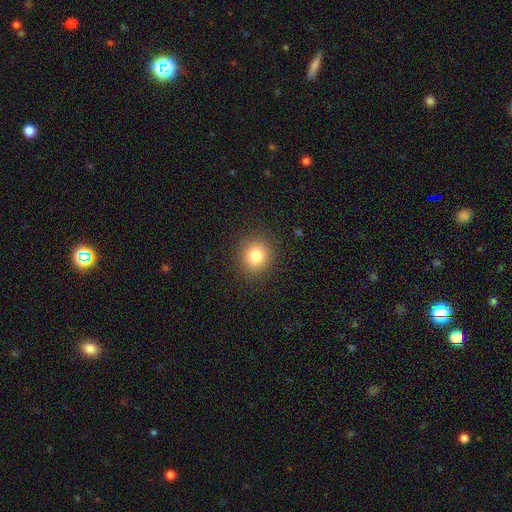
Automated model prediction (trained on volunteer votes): smooth-or-featured: smooth: 82% | star or artifact: 11% | featured or disk: 6%
  how-rounded: round: 84% | in between: 15% | cigar-shaped: 1%
  merging: none: 89% | minor disturbance: 7% | major disturbance: 3% | merger: 1%